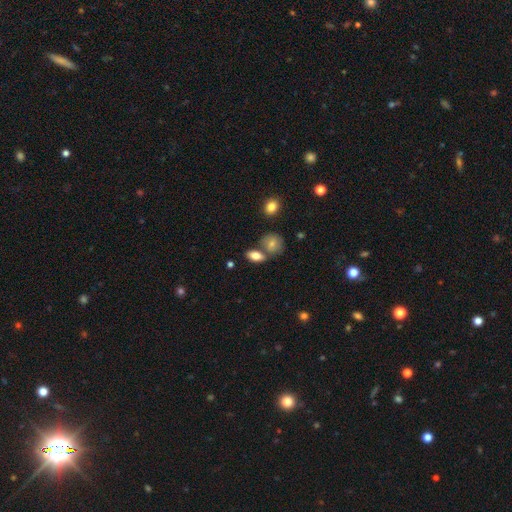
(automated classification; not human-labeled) Q: Smooth or featured?
A: smooth (78%); runner-up: featured or disk (14%)
Q: How rounded?
A: in between (83%); runner-up: round (10%)
Q: Merging?
A: none (60%); runner-up: merger (25%)